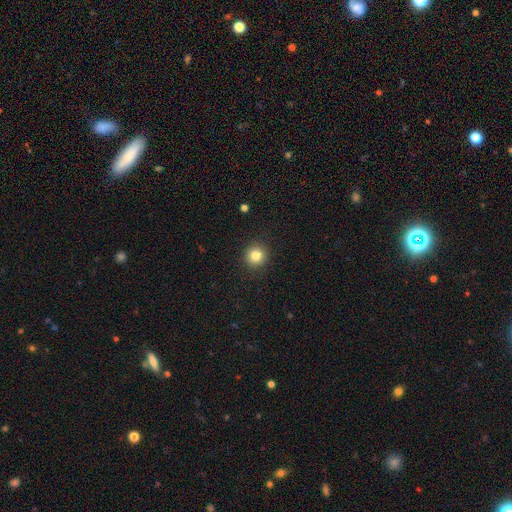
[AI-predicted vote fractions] Morphology: type=smooth (83%); roundness=round (94%); merging=none (92%).